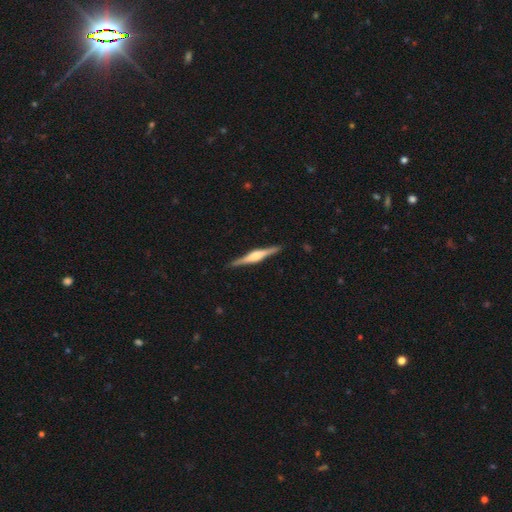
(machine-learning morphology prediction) Smooth or featured?
  - featured or disk: 79% *
  - smooth: 16%
  - star or artifact: 5%
Edge-on disk?
  - yes: 98% *
  - no: 2%
Edge-on bulge?
  - rounded: 76% *
  - boxy: 20%
  - none: 4%
Merging?
  - none: 91% *
  - minor disturbance: 6%
  - major disturbance: 1%
  - merger: 1%